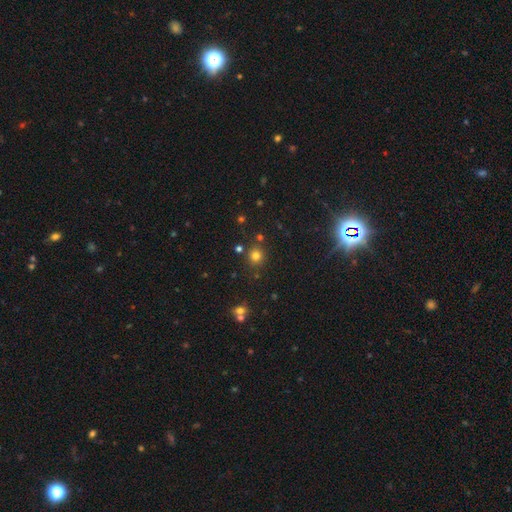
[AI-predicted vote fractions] Smooth or featured?
  - smooth: 74% *
  - star or artifact: 19%
  - featured or disk: 7%
How rounded?
  - round: 90% *
  - in between: 9%
  - cigar-shaped: 1%
Merging?
  - none: 82% *
  - minor disturbance: 8%
  - merger: 7%
  - major disturbance: 3%